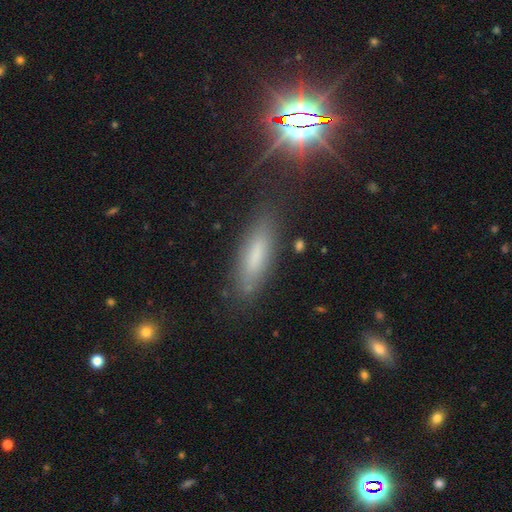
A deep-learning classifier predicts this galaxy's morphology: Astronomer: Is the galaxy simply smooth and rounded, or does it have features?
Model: smooth — 65%.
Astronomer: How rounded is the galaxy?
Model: cigar-shaped — 55% (runner-up: in between, 43%).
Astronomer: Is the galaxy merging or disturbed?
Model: none — 81%.